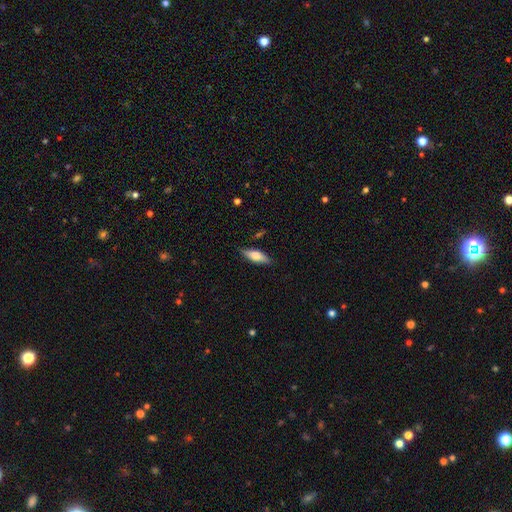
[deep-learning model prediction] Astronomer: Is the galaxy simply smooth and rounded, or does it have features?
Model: smooth — 64%.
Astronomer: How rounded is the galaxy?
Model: in between — 55% (runner-up: cigar-shaped, 42%).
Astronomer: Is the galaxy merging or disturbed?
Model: none — 84%.